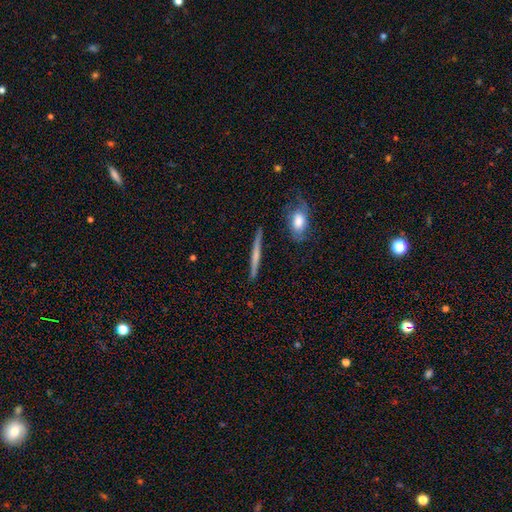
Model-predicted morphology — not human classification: Smooth or featured?
  - featured or disk: 47% * (tied)
  - smooth: 47% * (tied)
  - star or artifact: 6%
Merging?
  - none: 87% *
  - minor disturbance: 9%
  - merger: 2%
  - major disturbance: 2%